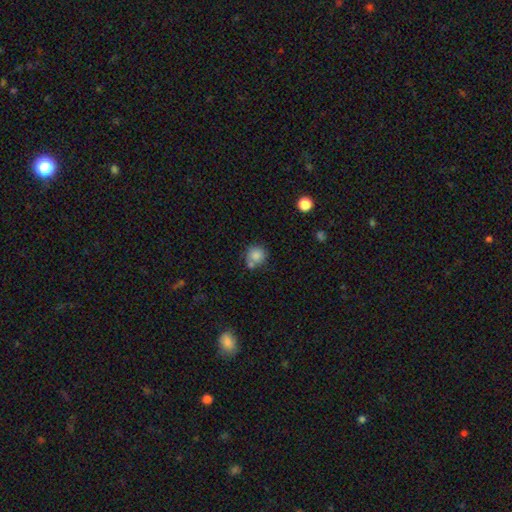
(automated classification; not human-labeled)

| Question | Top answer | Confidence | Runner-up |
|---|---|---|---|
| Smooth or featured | smooth | 83% | star or artifact (10%) |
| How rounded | round | 88% | in between (11%) |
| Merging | none | 60% | merger (21%) |